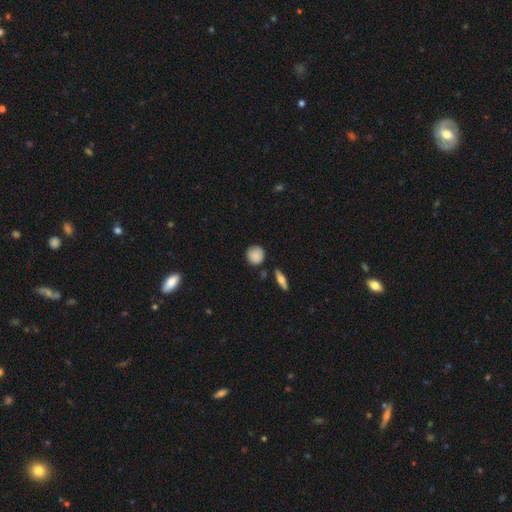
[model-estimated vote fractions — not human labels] A smooth galaxy with no disk features (85%) that is round (90%). Merging: none (84%).